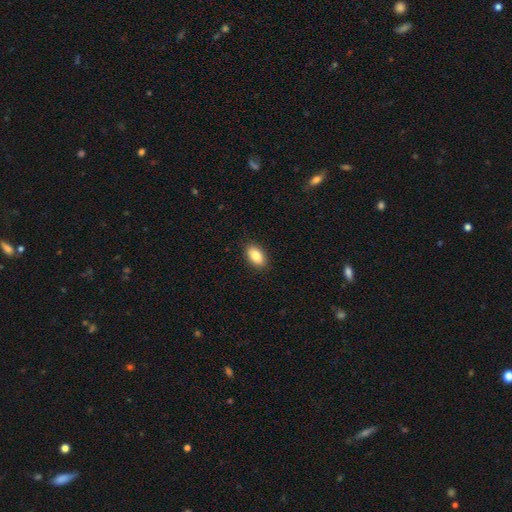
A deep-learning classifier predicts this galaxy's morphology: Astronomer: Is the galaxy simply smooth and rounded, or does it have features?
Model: smooth — 84%.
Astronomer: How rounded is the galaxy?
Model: in between — 92%.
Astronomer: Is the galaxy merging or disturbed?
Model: none — 89%.